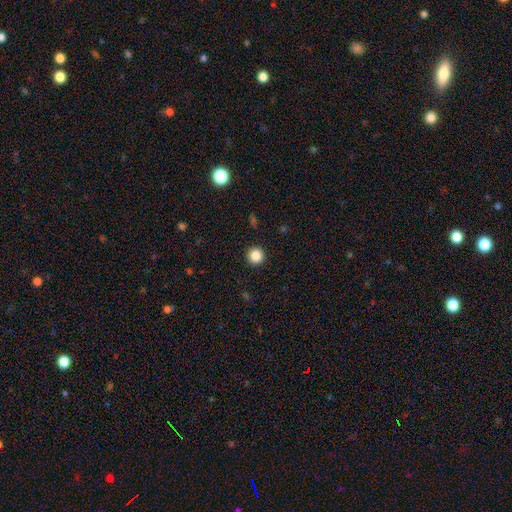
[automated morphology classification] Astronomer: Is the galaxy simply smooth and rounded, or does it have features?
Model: smooth — 86%.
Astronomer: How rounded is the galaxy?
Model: round — 96%.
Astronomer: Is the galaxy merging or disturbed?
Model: none — 93%.